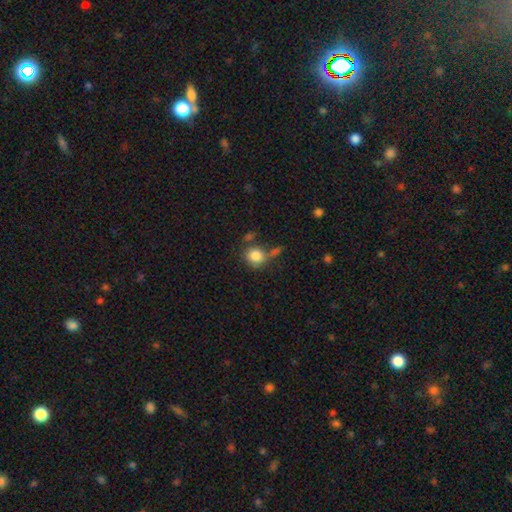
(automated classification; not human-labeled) A smooth galaxy with no disk features (84%) that is round (84%). Merging: none (60%).